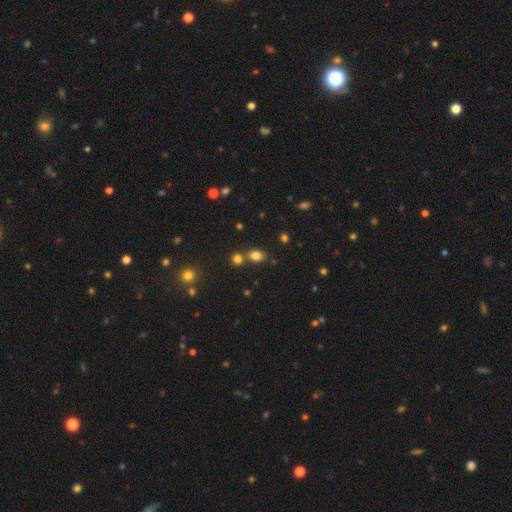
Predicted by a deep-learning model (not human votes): A smooth galaxy with no disk features (80%) that is in between round and cigar-shaped (64%).

Vote fractions:
- Smooth or featured? smooth: 80% / star or artifact: 14% / featured or disk: 6%
- How rounded? in between: 64% / round: 34% / cigar-shaped: 1%
- Merging? none: 65% / merger: 22% / minor disturbance: 10% / major disturbance: 3%